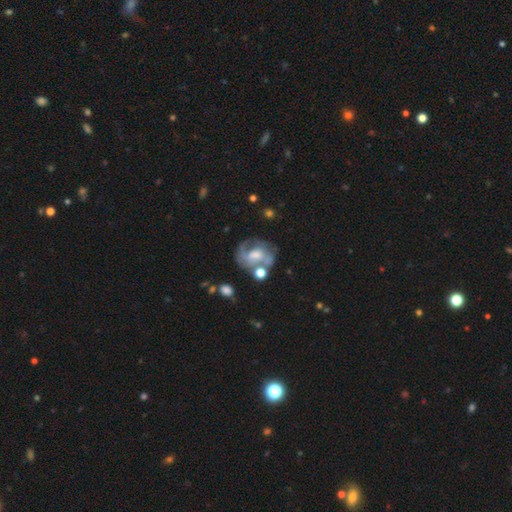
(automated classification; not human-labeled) The model was most divided on "bar": weak: 43%, no: 42%, strong: 15%. Remaining: edge-on disk — no (97%); spiral arms — yes (73%); smooth or featured — featured or disk (68%); merging — none (49%); bulge size — moderate (42%).